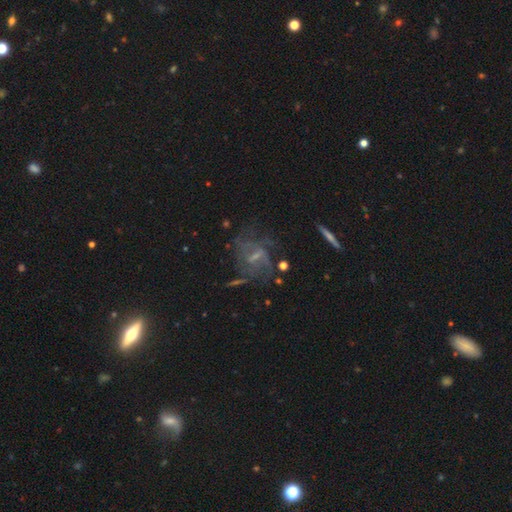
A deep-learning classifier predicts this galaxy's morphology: This is likely a featured or disk galaxy (70%). It is clearly not viewed edge-on (94%). Bar: possibly weak (51%). Spiral arm pattern: likely yes (73%). Central bulge: marginally small (45%). Merging: possibly none (51%).